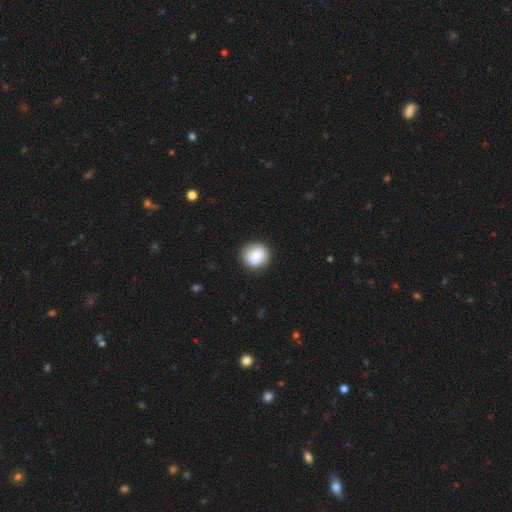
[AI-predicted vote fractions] Q: Smooth or featured?
A: smooth (82%); runner-up: featured or disk (11%)
Q: How rounded?
A: round (87%); runner-up: in between (13%)
Q: Merging?
A: none (85%); runner-up: minor disturbance (11%)